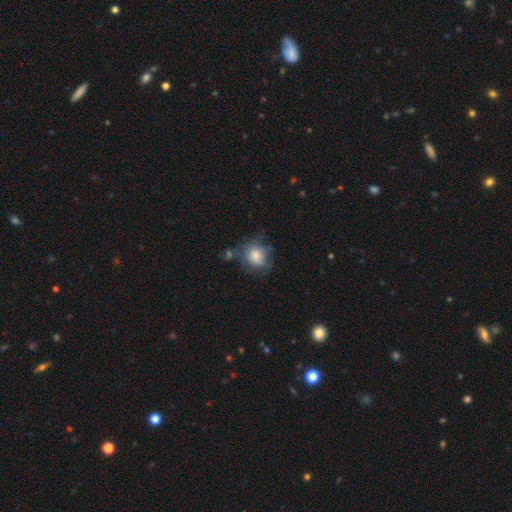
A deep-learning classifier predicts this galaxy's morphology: This appears to be a smooth galaxy with no disk features (79%) that is round (83%). Merging: none (58%).